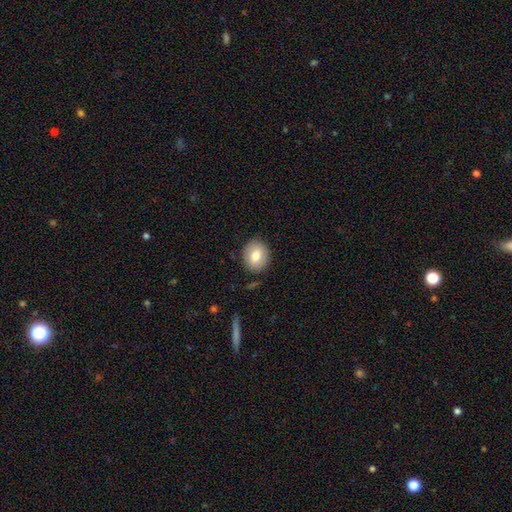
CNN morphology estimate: type=smooth (78%); roundness=round (64%); merging=none (87%).